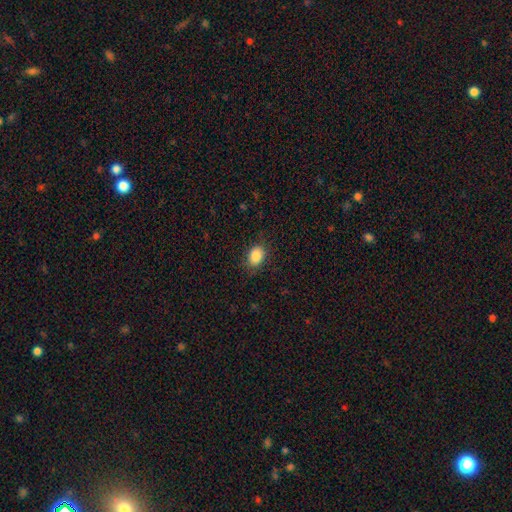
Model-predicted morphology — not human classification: Smooth or featured: smooth — 86% (star or artifact — 9%)
How rounded: in between — 66% (round — 33%)
Merging: none — 83% (minor disturbance — 12%)